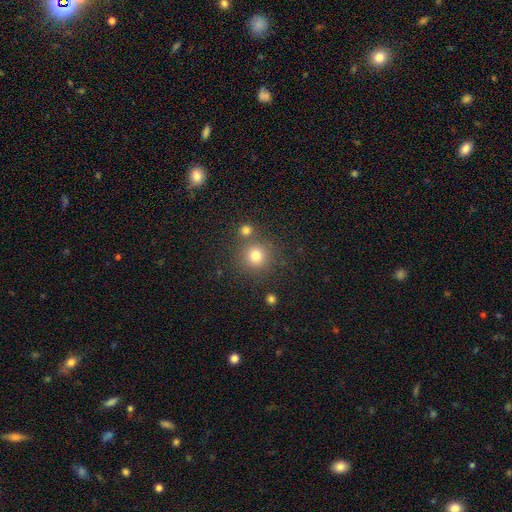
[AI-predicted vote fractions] Q: Smooth or featured?
A: smooth (78%); runner-up: star or artifact (14%)
Q: How rounded?
A: round (93%); runner-up: in between (6%)
Q: Merging?
A: none (76%); runner-up: merger (13%)